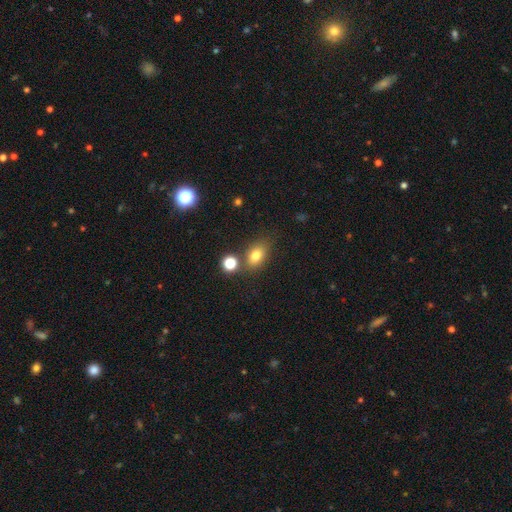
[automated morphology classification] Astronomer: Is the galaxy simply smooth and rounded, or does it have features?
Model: smooth — 78%.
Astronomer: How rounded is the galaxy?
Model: in between — 72%.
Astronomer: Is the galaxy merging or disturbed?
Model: none — 69%.